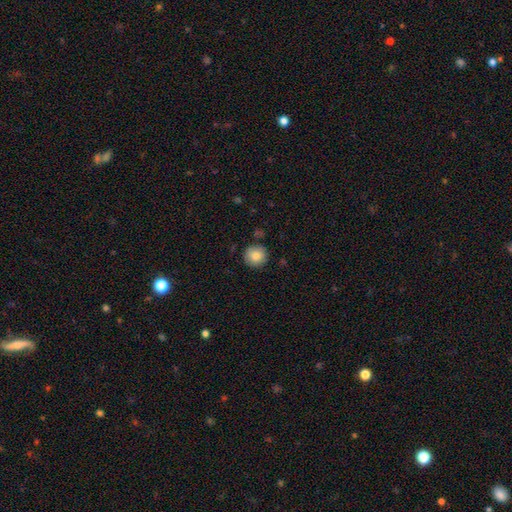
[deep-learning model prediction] This is clearly a smooth galaxy (83%). How rounded: clearly round (94%). Merging: clearly none (86%).